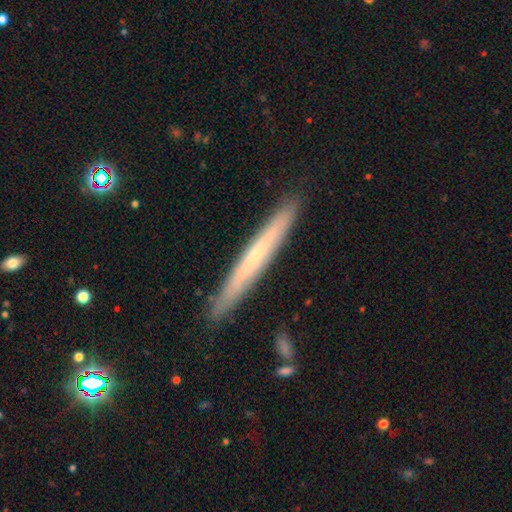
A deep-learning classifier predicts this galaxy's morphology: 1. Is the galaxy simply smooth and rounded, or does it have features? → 52% featured or disk, 41% smooth, 6% star or artifact.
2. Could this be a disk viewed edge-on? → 92% yes, 8% no.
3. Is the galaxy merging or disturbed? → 90% none, 8% minor disturbance, 1% major disturbance, 1% merger.